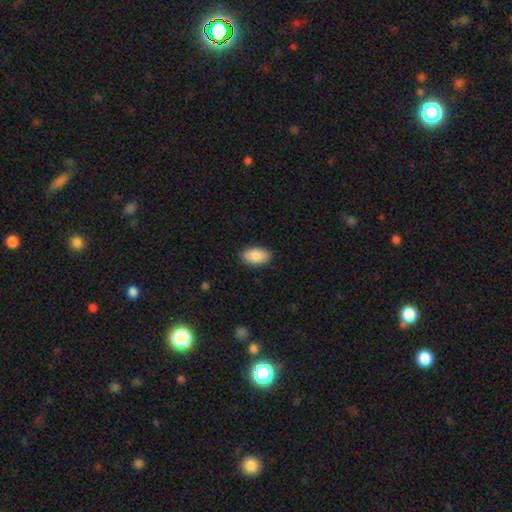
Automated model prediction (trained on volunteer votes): smooth 89%, star or artifact 6%, featured or disk 5%. Down the decision tree: how rounded — in between (94%); merging — none (88%).